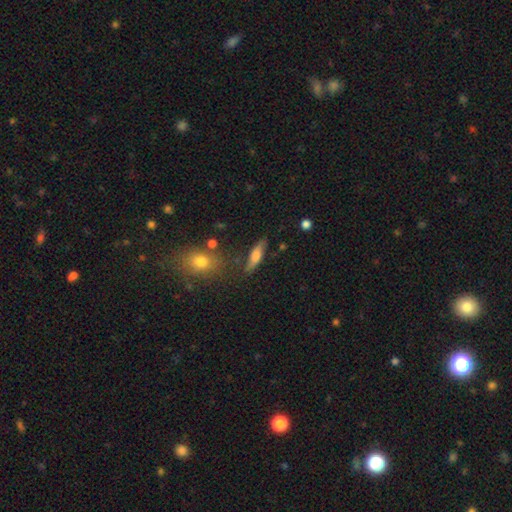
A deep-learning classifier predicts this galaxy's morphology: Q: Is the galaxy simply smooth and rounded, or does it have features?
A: smooth — 61%.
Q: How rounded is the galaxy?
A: cigar-shaped — 56%.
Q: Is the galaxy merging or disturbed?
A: none — 73%.